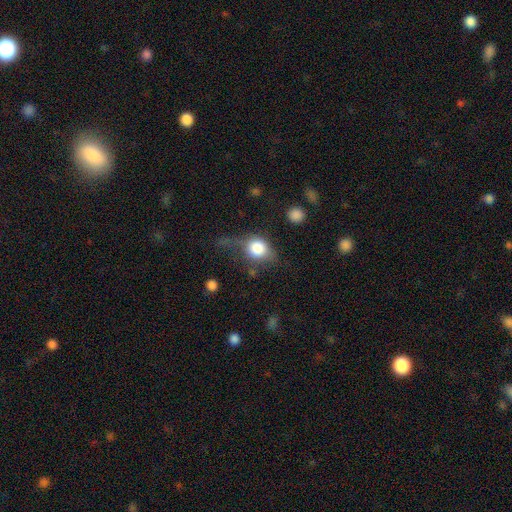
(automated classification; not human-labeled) Smooth or featured: smooth — 72% (featured or disk — 17%)
How rounded: round — 63% (in between — 34%)
Merging: none — 47% (minor disturbance — 29%)